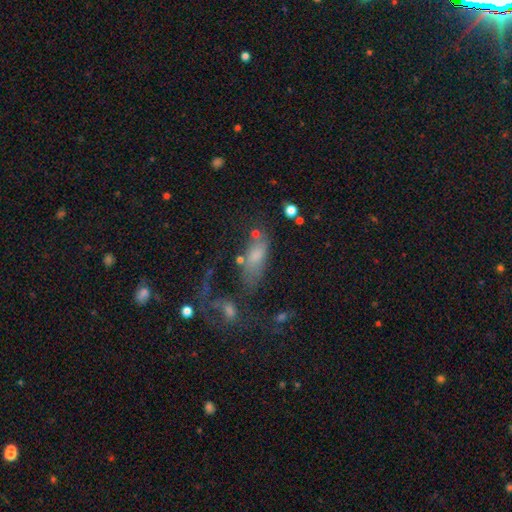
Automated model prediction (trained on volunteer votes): A smooth galaxy with no disk features (65%) that is in between round and cigar-shaped (73%).

Vote fractions:
- Smooth or featured? smooth: 65% / featured or disk: 21% / star or artifact: 14%
- How rounded? in between: 73% / cigar-shaped: 21% / round: 6%
- Merging? none: 39% / major disturbance: 21% / merger: 20% / minor disturbance: 20%